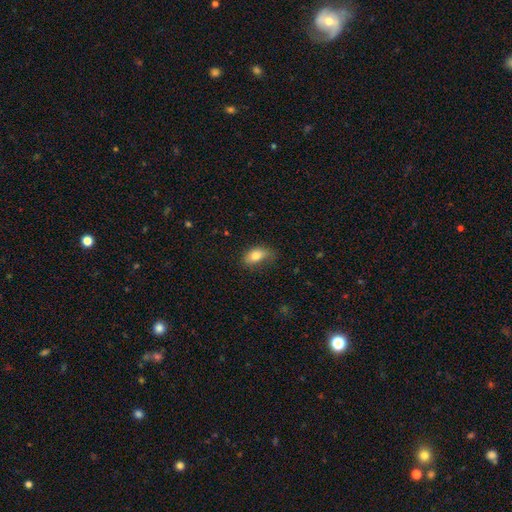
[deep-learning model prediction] Smooth or featured?
  - smooth: 80% *
  - featured or disk: 11%
  - star or artifact: 9%
How rounded?
  - in between: 88% *
  - round: 8%
  - cigar-shaped: 4%
Merging?
  - none: 61% *
  - minor disturbance: 29%
  - major disturbance: 9%
  - merger: 2%